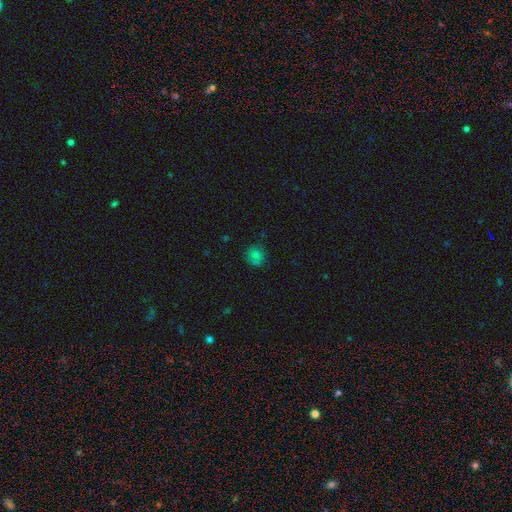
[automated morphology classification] This appears to be a smooth galaxy with no disk features (75%) that is round (82%). Merging: none (73%).